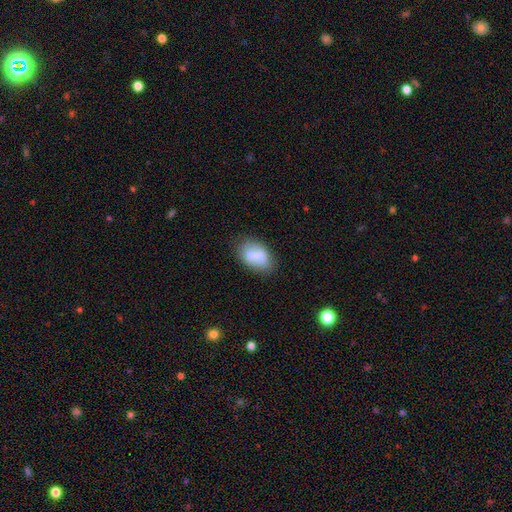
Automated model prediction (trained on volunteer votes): smooth 76%, featured or disk 16%, star or artifact 8%. Down the decision tree: how rounded — in between (88%); merging — none (71%).